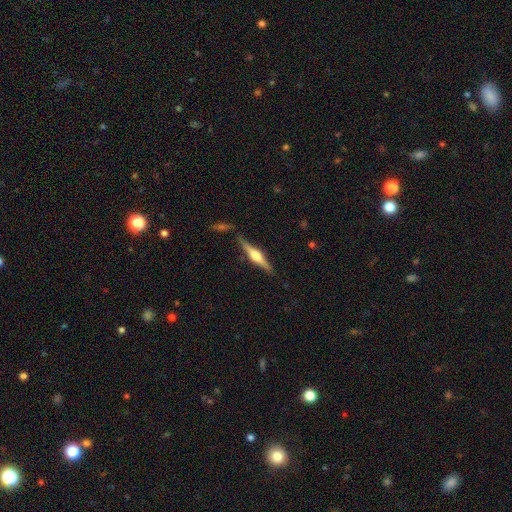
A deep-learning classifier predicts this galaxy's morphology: A featured or disk galaxy (71%) viewed edge-on (97%) with a rounded central bulge (92%). Merging: none (84%).